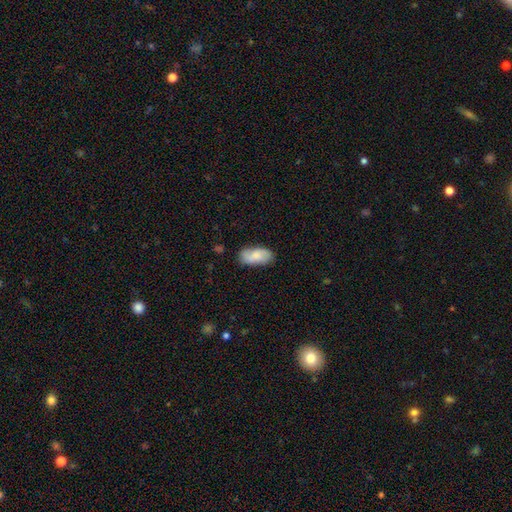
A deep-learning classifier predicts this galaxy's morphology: A smooth galaxy with no disk features (78%) that is in between round and cigar-shaped (92%).

Vote fractions:
- Smooth or featured? smooth: 78% / featured or disk: 15% / star or artifact: 6%
- How rounded? in between: 92% / cigar-shaped: 5% / round: 3%
- Merging? none: 78% / minor disturbance: 17% / major disturbance: 3% / merger: 2%